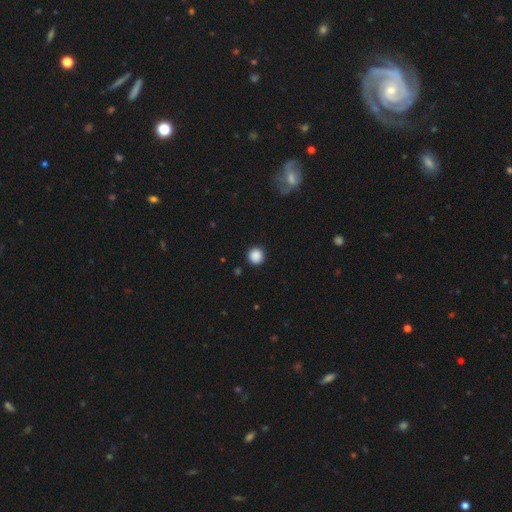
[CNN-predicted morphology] A smooth galaxy with no disk features (88%) that is round (95%). Merging: none (91%).